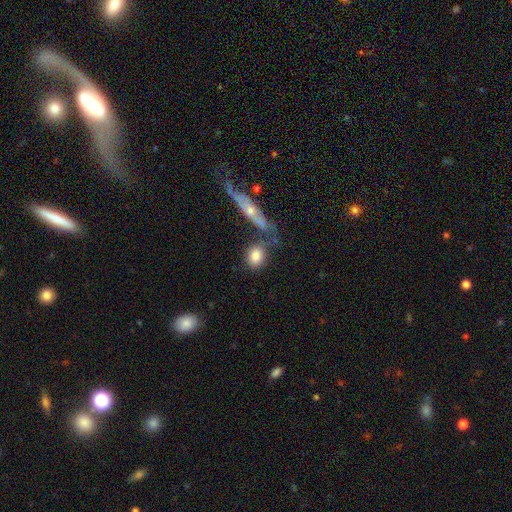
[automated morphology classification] Overall: smooth (80%). How rounded: round (55%; in between 38%). Merging: none (62%).